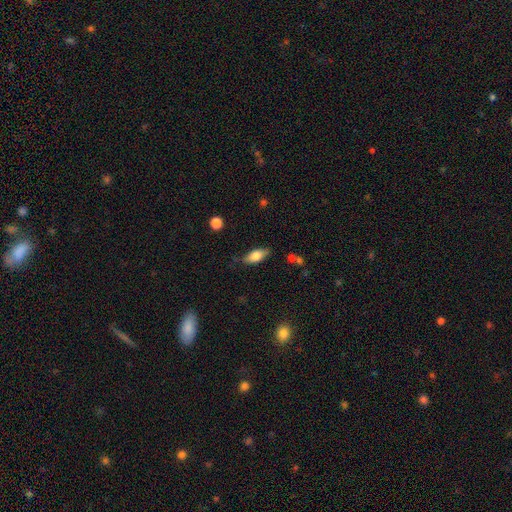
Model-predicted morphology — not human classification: type=smooth (75%); roundness=in between (84%); merging=none (73%).